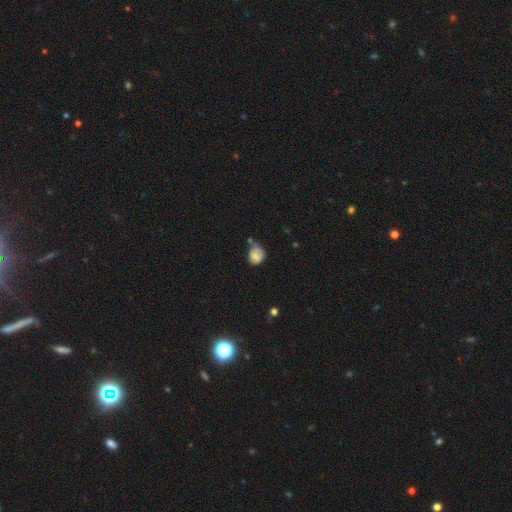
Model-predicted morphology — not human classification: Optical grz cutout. It shows a smooth galaxy with no disk features (70%) that is round (53%). Merging: none (37%).